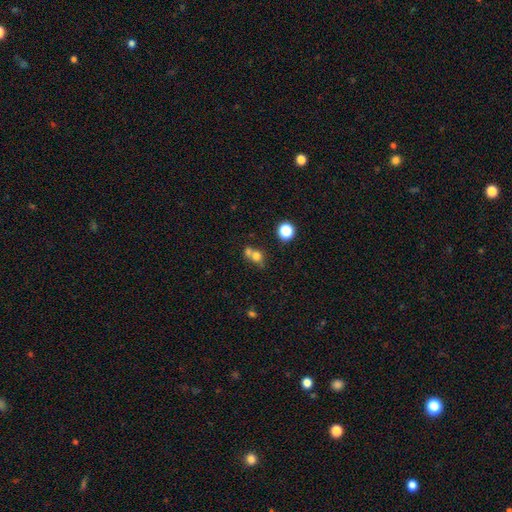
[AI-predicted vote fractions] smooth-or-featured: smooth: 69% | featured or disk: 16% | star or artifact: 15%
  how-rounded: round: 70% | in between: 28% | cigar-shaped: 2%
  merging: merger: 53% | none: 33% | minor disturbance: 9% | major disturbance: 5%